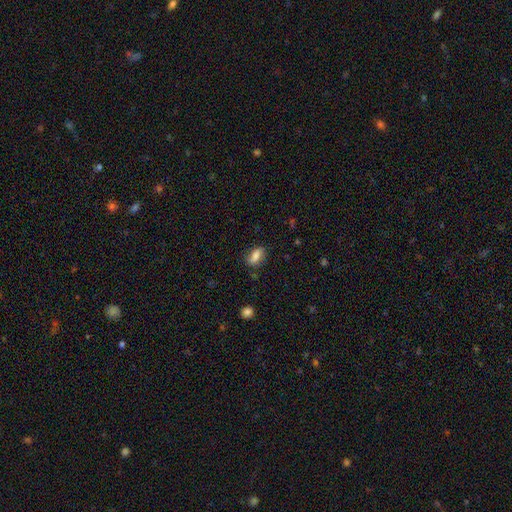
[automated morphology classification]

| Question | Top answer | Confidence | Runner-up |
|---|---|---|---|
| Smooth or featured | smooth | 75% | featured or disk (17%) |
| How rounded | in between | 82% | cigar-shaped (10%) |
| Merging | none | 73% | minor disturbance (19%) |